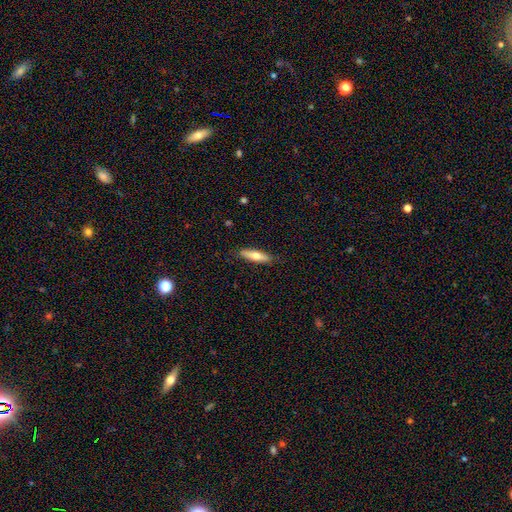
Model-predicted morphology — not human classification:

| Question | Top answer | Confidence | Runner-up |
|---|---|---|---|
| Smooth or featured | smooth | 63% | featured or disk (31%) |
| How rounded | cigar-shaped | 66% | in between (32%) |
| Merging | none | 88% | minor disturbance (9%) |